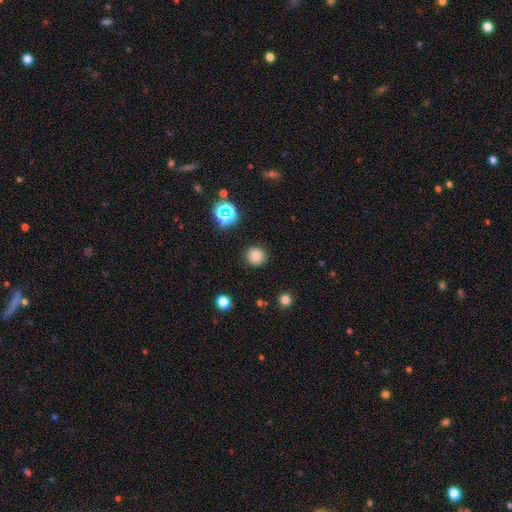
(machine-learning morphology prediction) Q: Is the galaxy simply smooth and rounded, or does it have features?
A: smooth — 78%.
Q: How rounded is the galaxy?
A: round — 92%.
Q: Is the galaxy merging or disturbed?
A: none — 89%.